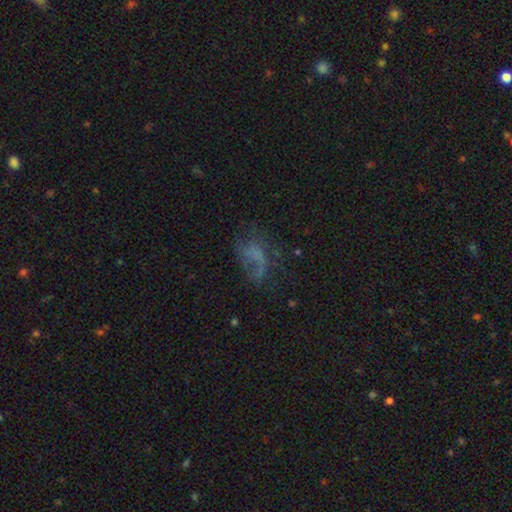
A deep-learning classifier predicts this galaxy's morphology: This is marginally a featured or disk galaxy (40%). Merging: marginally none (38%).